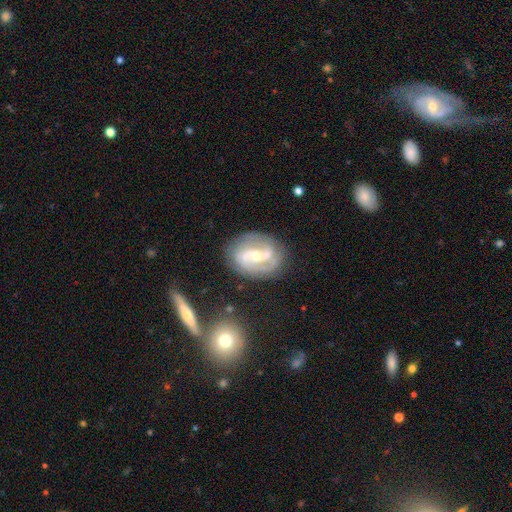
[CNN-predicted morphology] This appears to be a featured or disk galaxy (86%) with a weak bar (39%, tied with strong), 2 (84%) medium (47%) spiral arms (94%) and a moderate central bulge (48%, tied with small). Merging: none (76%).